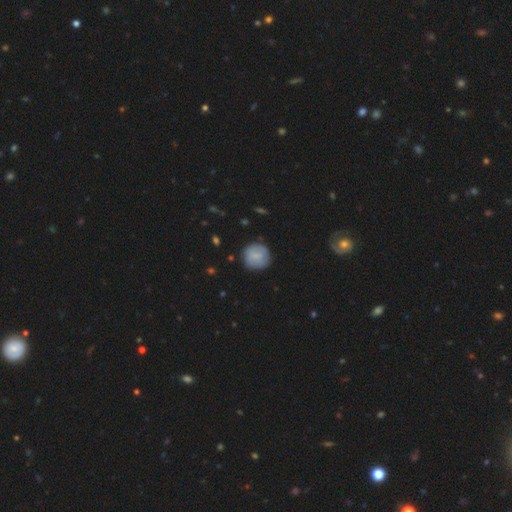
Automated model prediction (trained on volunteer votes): smooth 79%, featured or disk 14%, star or artifact 7%. Down the decision tree: how rounded — round (93%); merging — none (82%).